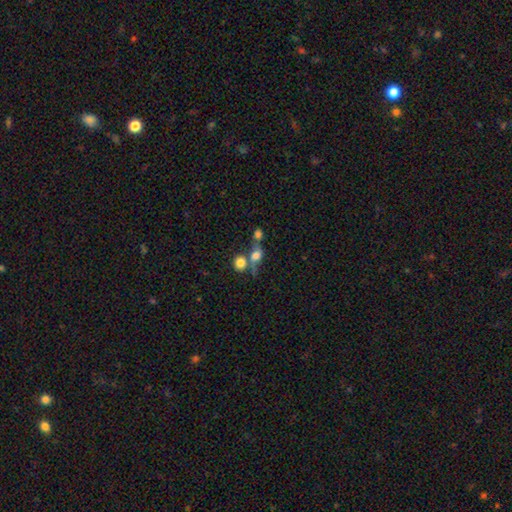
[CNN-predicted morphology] A smooth galaxy with no disk features (67%) that is round (57%).

Vote fractions:
- Smooth or featured? smooth: 67% / featured or disk: 19% / star or artifact: 13%
- How rounded? round: 57% / in between: 37% / cigar-shaped: 6%
- Merging? merger: 47% / none: 34% / minor disturbance: 10% / major disturbance: 8%